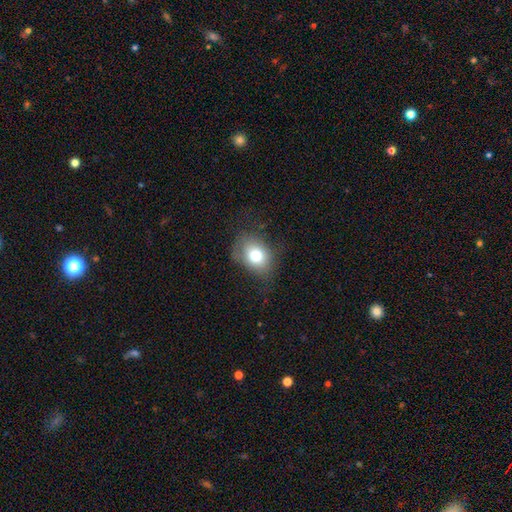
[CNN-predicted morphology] The model was most divided on "how rounded": in between: 55%, round: 44%, cigar-shaped: 1%. More confident: smooth or featured — smooth (75%); merging — none (69%).